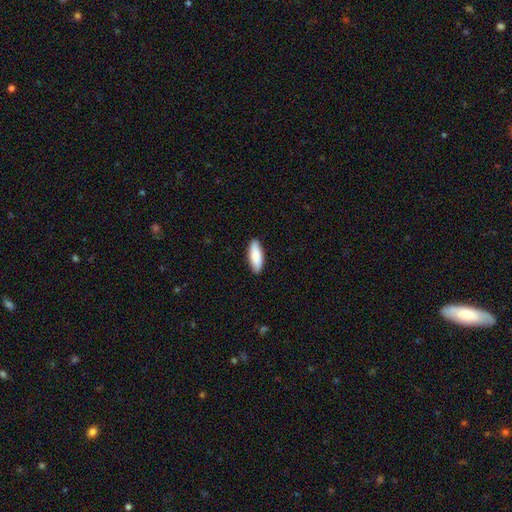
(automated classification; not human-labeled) The model was most divided on "how rounded": in between: 66%, cigar-shaped: 32%, round: 2%. More confident: merging — none (89%); smooth or featured — smooth (86%).